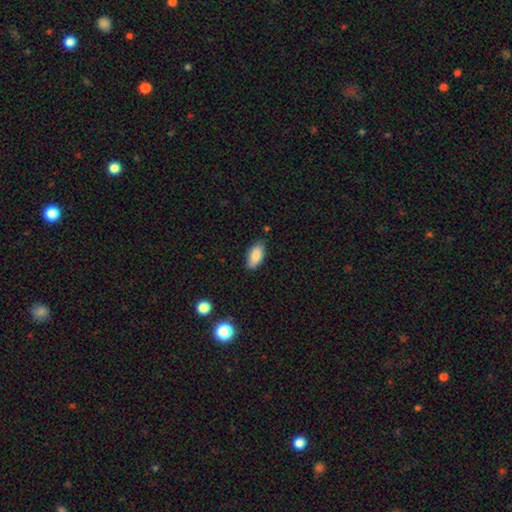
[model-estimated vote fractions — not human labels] The model was most divided on "merging": none: 80%, minor disturbance: 16%, major disturbance: 3%, merger: 2%. More confident: how rounded — in between (91%); smooth or featured — smooth (85%).